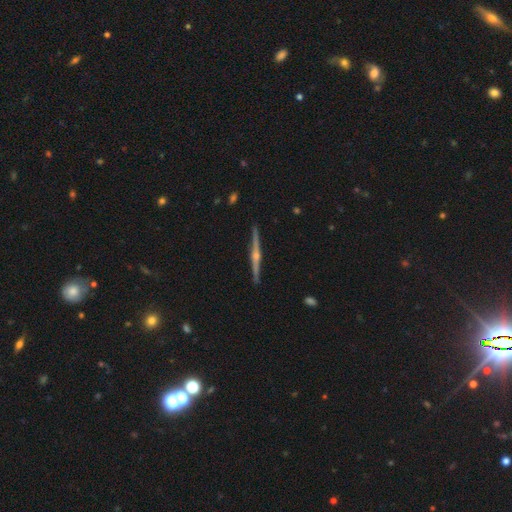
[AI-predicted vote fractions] Overall: featured or disk (75%). Edge-on disk: yes (96%). Edge-on bulge: rounded (84%). Merging: none (87%).